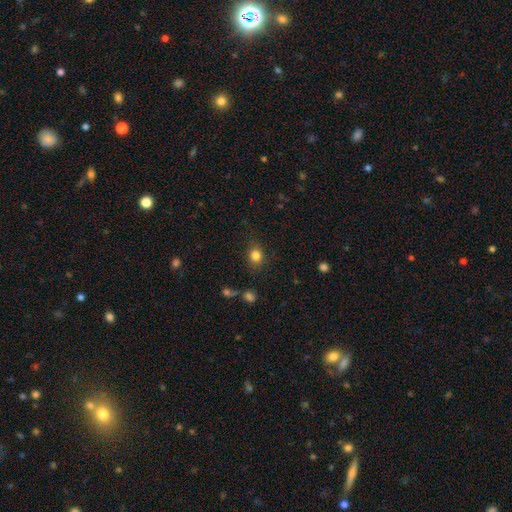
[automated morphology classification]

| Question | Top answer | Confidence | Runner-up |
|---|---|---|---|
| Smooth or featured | smooth | 83% | star or artifact (11%) |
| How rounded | round | 66% | in between (33%) |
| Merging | none | 81% | minor disturbance (13%) |